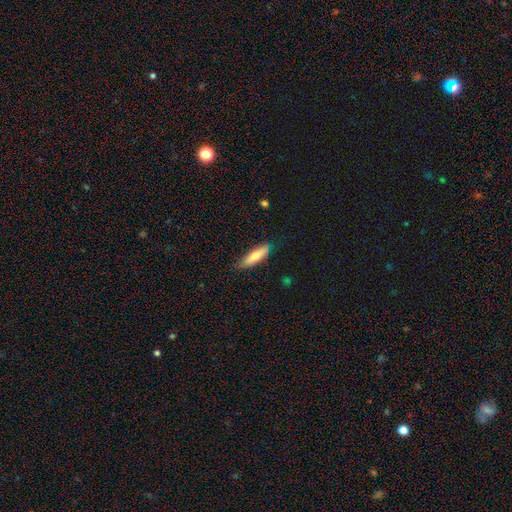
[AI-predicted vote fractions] Overall: smooth (66%; featured or disk 28%). How rounded: cigar-shaped (61%; in between 37%). Merging: none (80%).